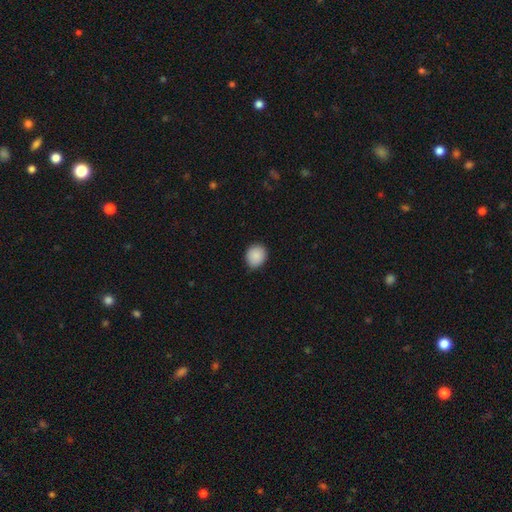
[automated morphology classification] This is clearly a smooth galaxy (89%). How rounded: likely round (77%). Merging: clearly none (83%).